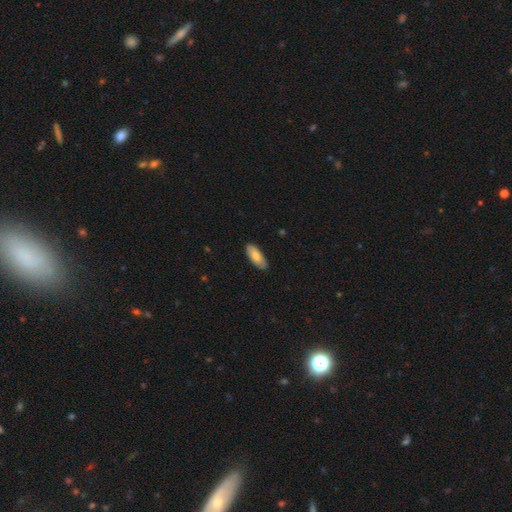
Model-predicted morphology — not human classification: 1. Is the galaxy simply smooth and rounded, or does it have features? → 75% smooth, 19% featured or disk, 6% star or artifact.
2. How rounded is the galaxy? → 80% in between, 18% cigar-shaped, 2% round.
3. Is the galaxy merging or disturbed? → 86% none, 11% minor disturbance, 2% major disturbance, 1% merger.